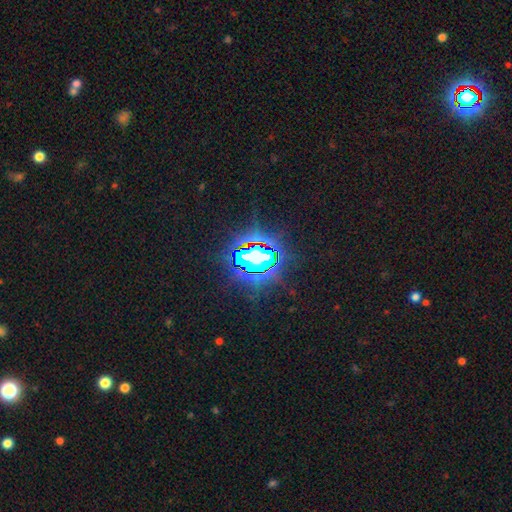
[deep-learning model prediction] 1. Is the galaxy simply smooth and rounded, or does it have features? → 75% star or artifact, 13% smooth, 11% featured or disk.